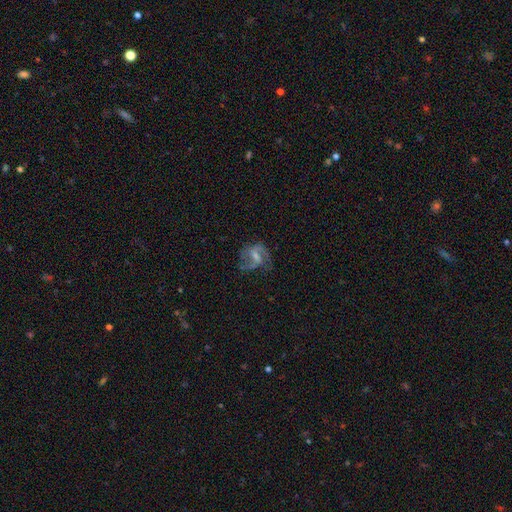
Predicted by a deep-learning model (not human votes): This is likely a featured or disk galaxy (77%). It is clearly not viewed edge-on (97%). Bar: possibly weak (51%). Spiral arm pattern: clearly yes (91%). Spiral arm count: likely 2 (69%). Spiral winding: marginally medium (45%). Central bulge: possibly small (49%). Merging: likely none (61%).